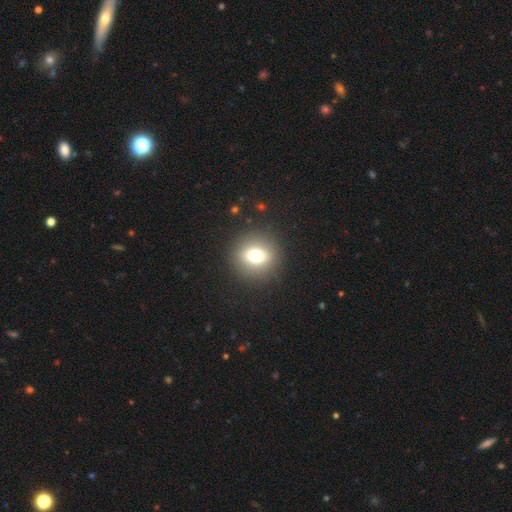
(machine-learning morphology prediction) type=smooth (69%); roundness=round (81%); merging=none (89%).